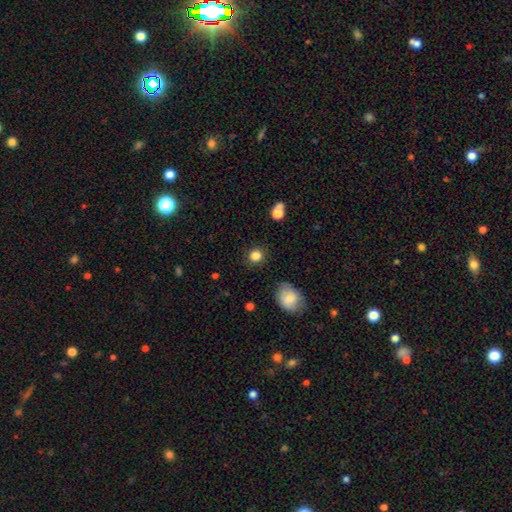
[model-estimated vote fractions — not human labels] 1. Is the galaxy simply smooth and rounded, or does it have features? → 85% smooth, 11% star or artifact, 4% featured or disk.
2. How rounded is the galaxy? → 88% round, 11% in between, 1% cigar-shaped.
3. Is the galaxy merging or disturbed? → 87% none, 8% minor disturbance, 3% major disturbance, 2% merger.